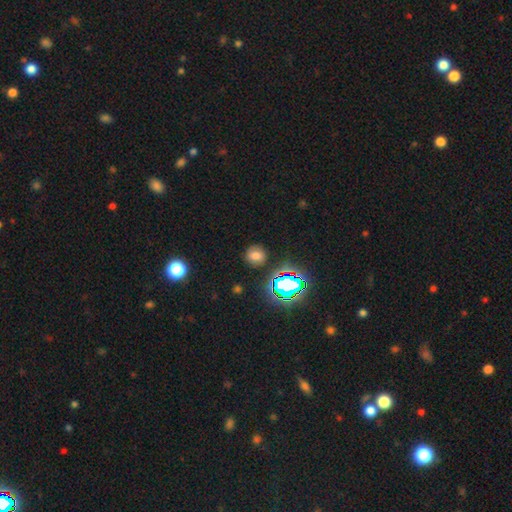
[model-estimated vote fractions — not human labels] Overall: smooth (67%). How rounded: round (83%). Merging: none (86%).